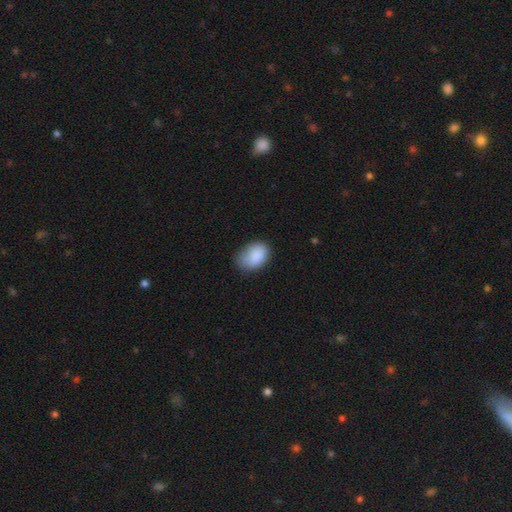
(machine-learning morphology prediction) Smooth or featured? Predicted: smooth (p=0.87). How rounded? Predicted: in between (p=0.80). Merging? Predicted: none (p=0.64).